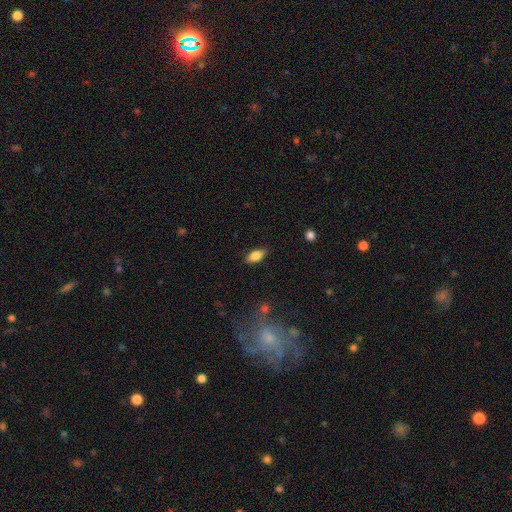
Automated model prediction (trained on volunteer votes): smooth_or_featured: smooth (p=0.80) [alt: featured or disk p=0.13]
how_rounded: in between (p=0.86) [alt: cigar-shaped p=0.11]
merging: none (p=0.85) [alt: minor disturbance p=0.11]